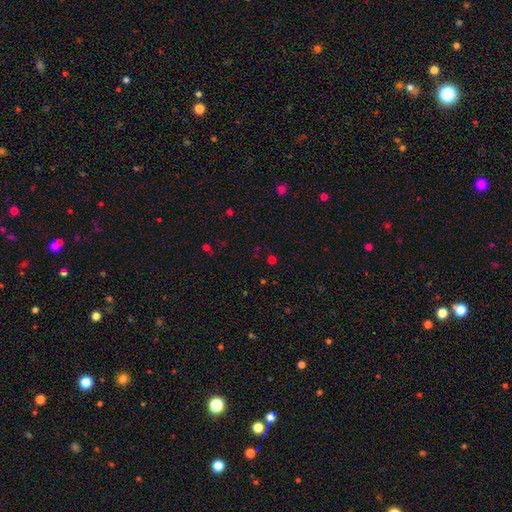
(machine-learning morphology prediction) star or artifact 53%, smooth 41%, featured or disk 6%.